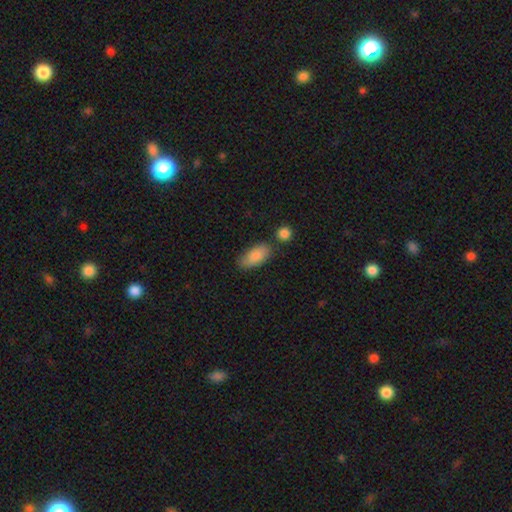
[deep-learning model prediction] Overall: smooth (86%). How rounded: in between (90%). Merging: none (67%).